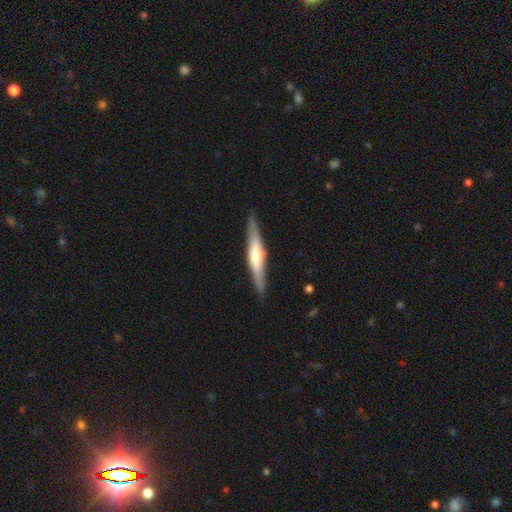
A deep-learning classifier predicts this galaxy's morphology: smooth_or_featured: featured or disk (p=0.58) [alt: smooth p=0.37]
disk_edge_on: yes (p=0.95) [alt: no p=0.05]
edge_on_bulge: rounded (p=0.66) [alt: boxy p=0.19]
merging: none (p=0.89) [alt: minor disturbance p=0.08]